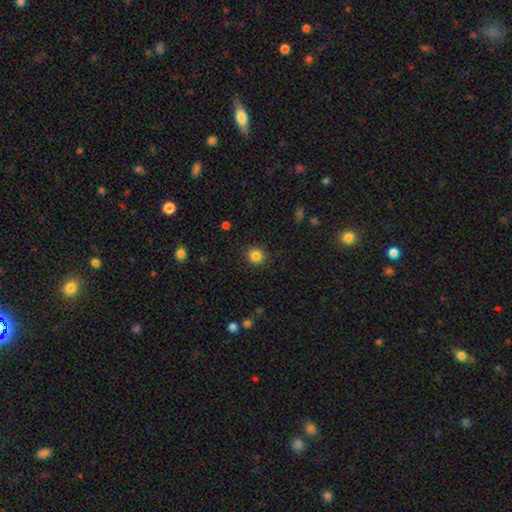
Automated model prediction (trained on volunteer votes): smooth-or-featured: smooth: 85% | star or artifact: 11% | featured or disk: 4%
  how-rounded: round: 90% | in between: 9% | cigar-shaped: 1%
  merging: none: 90% | minor disturbance: 6% | major disturbance: 2% | merger: 1%